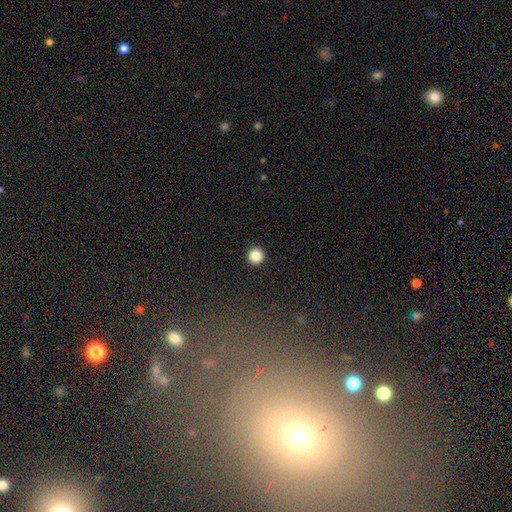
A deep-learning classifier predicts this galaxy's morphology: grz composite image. It shows a smooth galaxy with no disk features (85%) that is round (97%). Merging: none (94%).